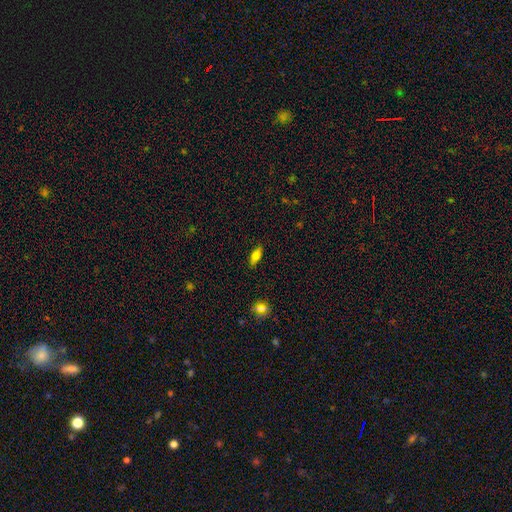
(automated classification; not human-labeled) Smooth or featured: smooth — 71% (featured or disk — 18%)
How rounded: in between — 74% (cigar-shaped — 23%)
Merging: none — 86% (minor disturbance — 11%)